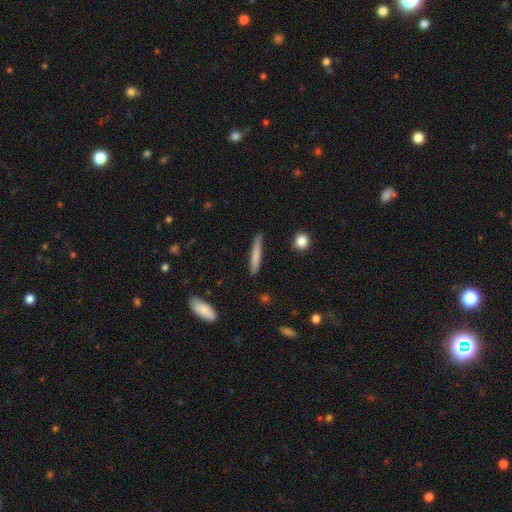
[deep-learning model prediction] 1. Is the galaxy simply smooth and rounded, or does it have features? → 71% smooth, 23% featured or disk, 6% star or artifact.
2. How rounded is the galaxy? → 94% cigar-shaped, 5% in between, 2% round.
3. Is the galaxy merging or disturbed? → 84% none, 12% minor disturbance, 2% major disturbance, 2% merger.